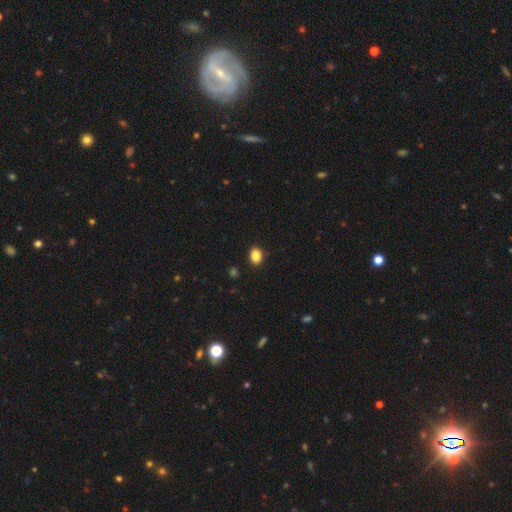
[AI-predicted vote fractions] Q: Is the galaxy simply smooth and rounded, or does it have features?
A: smooth — 87%.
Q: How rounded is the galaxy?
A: in between — 68%.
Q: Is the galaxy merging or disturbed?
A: none — 90%.